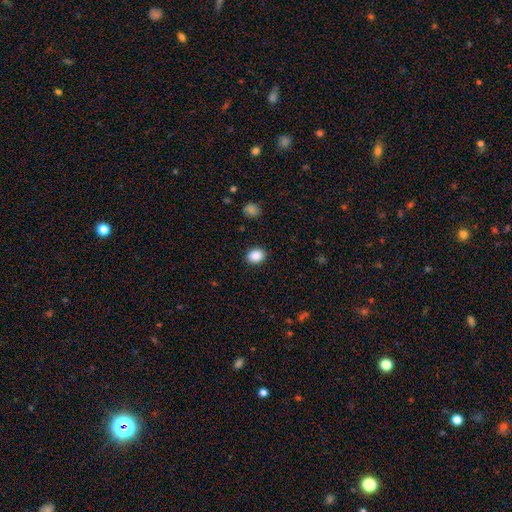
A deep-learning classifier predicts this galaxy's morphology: This appears to be a smooth galaxy with no disk features (89%) that is in between round and cigar-shaped (55%). Merging: none (89%).